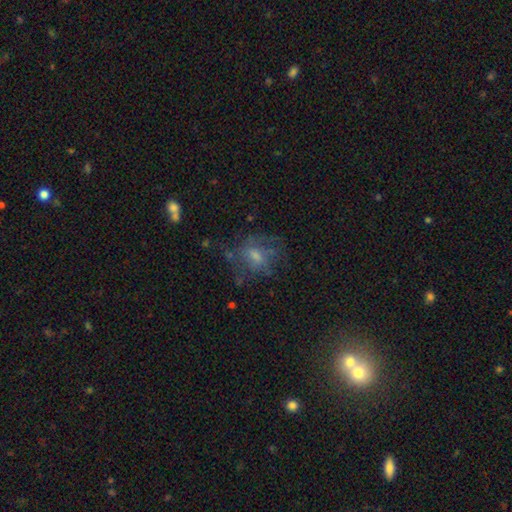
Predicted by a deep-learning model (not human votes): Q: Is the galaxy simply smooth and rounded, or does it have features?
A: featured or disk — 49%.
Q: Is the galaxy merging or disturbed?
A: none — 56%.